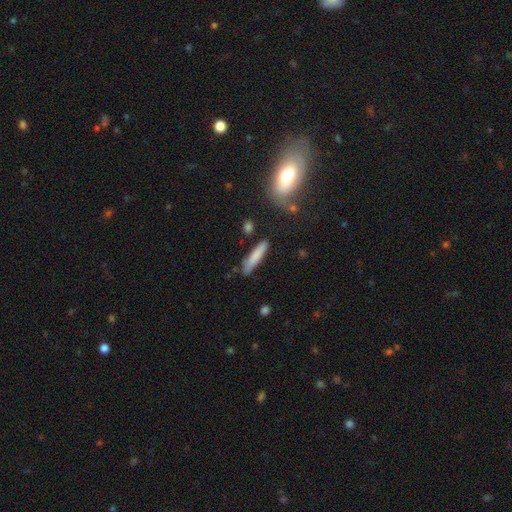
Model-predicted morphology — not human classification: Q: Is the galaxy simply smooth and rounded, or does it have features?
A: smooth — 79%.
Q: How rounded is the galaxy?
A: cigar-shaped — 86%.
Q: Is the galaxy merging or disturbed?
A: none — 79%.